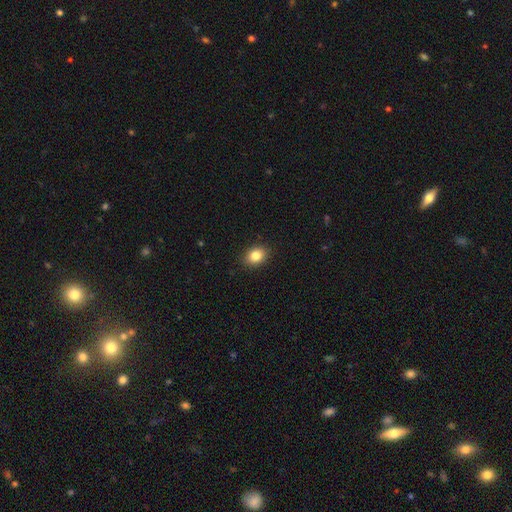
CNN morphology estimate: Smooth or featured: smooth — 84% (star or artifact — 9%)
How rounded: in between — 64% (round — 35%)
Merging: none — 89% (minor disturbance — 8%)